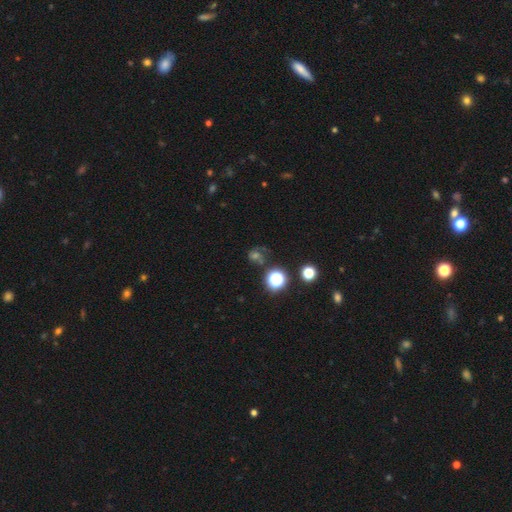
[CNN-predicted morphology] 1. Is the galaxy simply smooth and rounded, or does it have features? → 44% star or artifact, 35% smooth, 21% featured or disk.